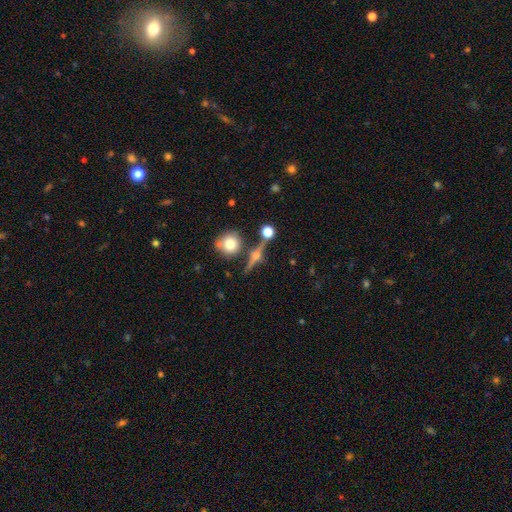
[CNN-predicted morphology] This appears to be a featured or disk galaxy (72%) viewed edge-on (94%) with a rounded central bulge (94%). Merging: none (79%).